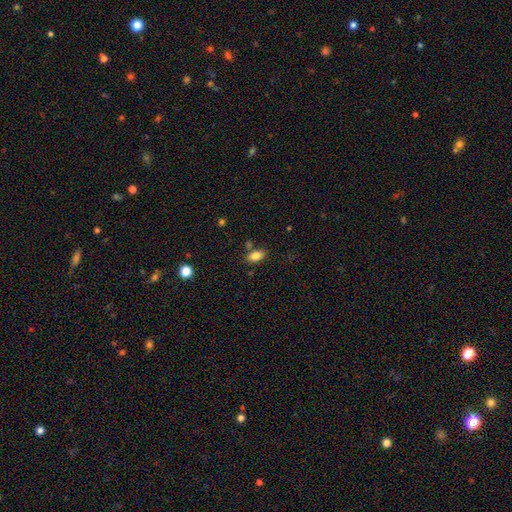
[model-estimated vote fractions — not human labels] This appears to be a smooth galaxy with no disk features (82%) that is in between round and cigar-shaped (88%). Merging: none (74%).